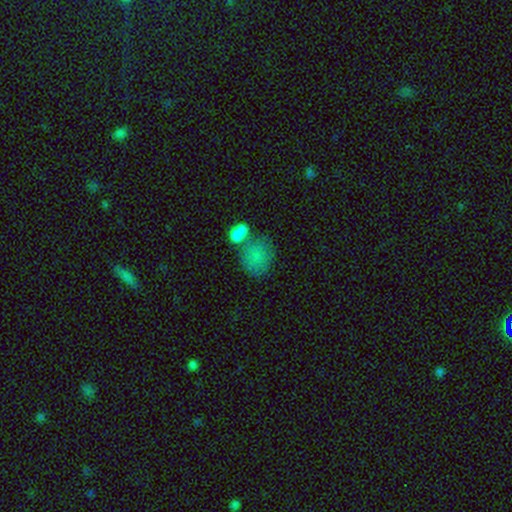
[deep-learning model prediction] Smooth or featured: smooth — 81% (star or artifact — 10%)
How rounded: round — 50% (in between — 49%)
Merging: none — 43% (merger — 30%)